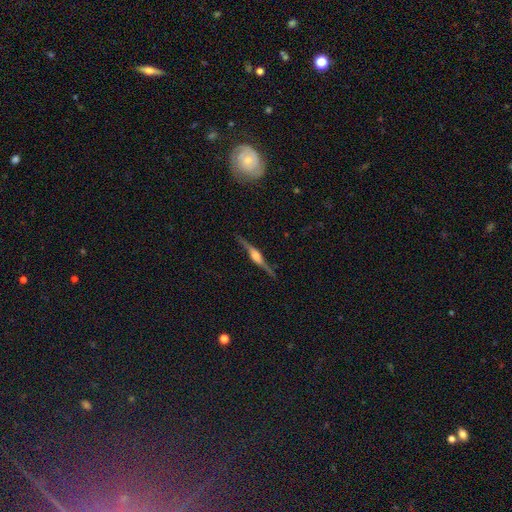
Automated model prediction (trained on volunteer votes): smooth-or-featured: featured or disk: 84% | smooth: 10% | star or artifact: 6%
  disk-edge-on: yes: 98% | no: 2%
    edge-on-bulge: rounded: 82% | boxy: 15% | none: 3%
  merging: none: 88% | minor disturbance: 9% | major disturbance: 2% | merger: 1%